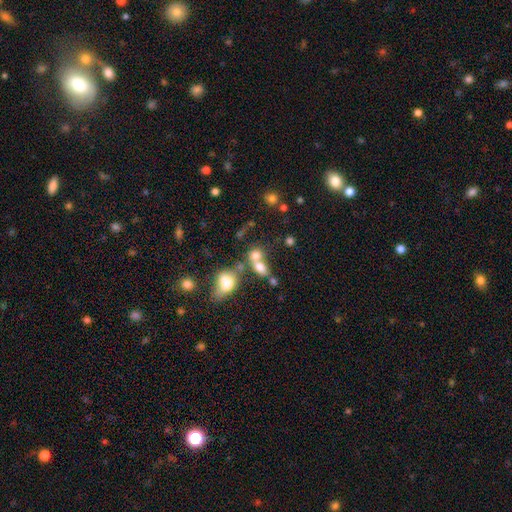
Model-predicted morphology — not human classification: Smooth or featured? smooth (72%)
How rounded? in between (51%)
Merging? merger (55%)